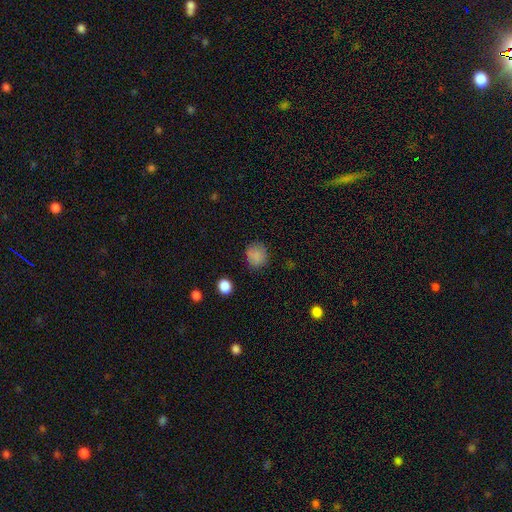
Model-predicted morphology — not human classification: Smooth or featured?
  - smooth: 83% *
  - star or artifact: 11%
  - featured or disk: 5%
How rounded?
  - round: 82% *
  - in between: 17%
  - cigar-shaped: 1%
Merging?
  - none: 81% *
  - minor disturbance: 13%
  - major disturbance: 4%
  - merger: 2%